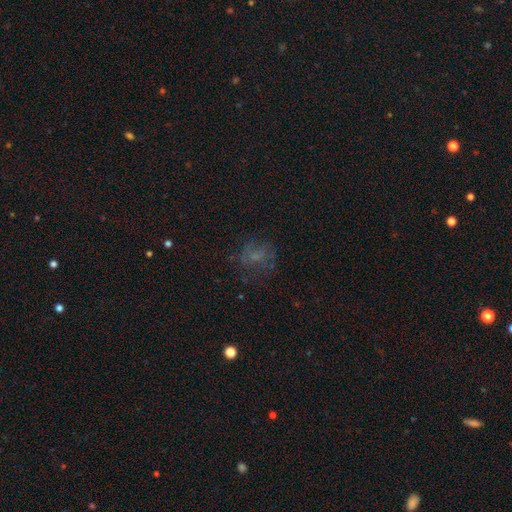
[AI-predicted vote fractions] This is marginally a smooth galaxy (43%). Merging: likely none (61%).